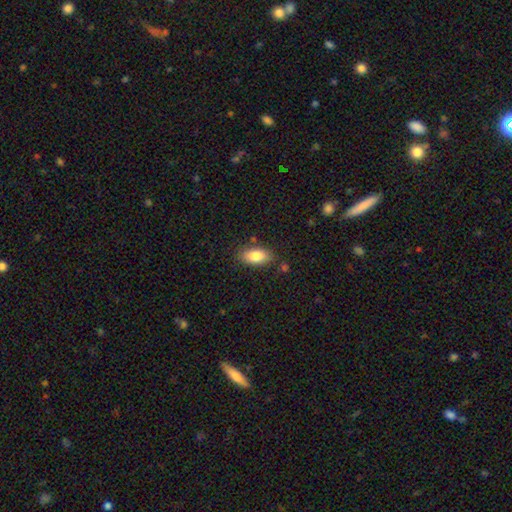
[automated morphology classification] This is clearly a smooth galaxy (83%). How rounded: clearly in between (90%). Merging: clearly none (81%).